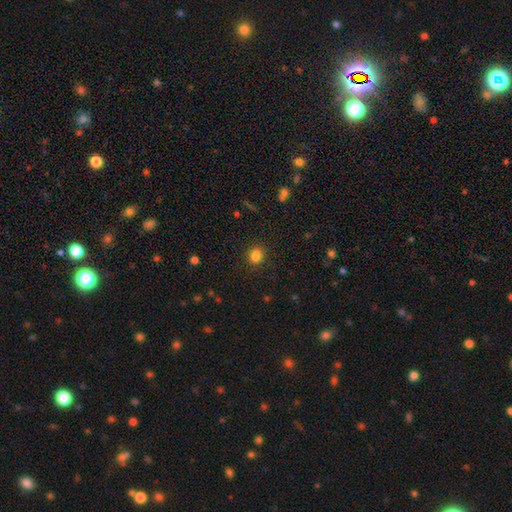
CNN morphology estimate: smooth-or-featured: smooth: 82% | star or artifact: 13% | featured or disk: 4%
  how-rounded: round: 69% | in between: 30% | cigar-shaped: 1%
  merging: none: 86% | minor disturbance: 9% | major disturbance: 3% | merger: 2%